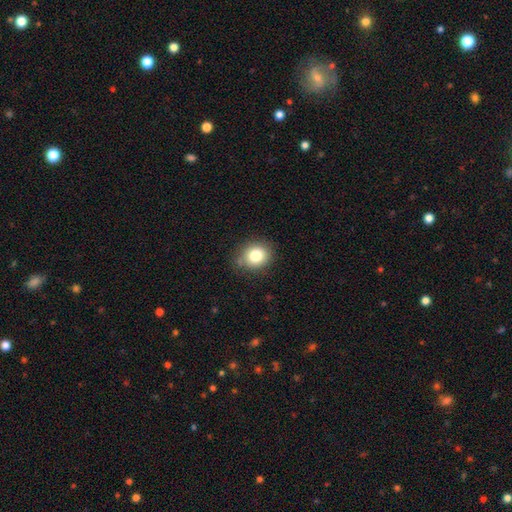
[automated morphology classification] Smooth or featured: smooth — 80% (star or artifact — 10%)
How rounded: round — 67% (in between — 32%)
Merging: none — 79% (minor disturbance — 16%)